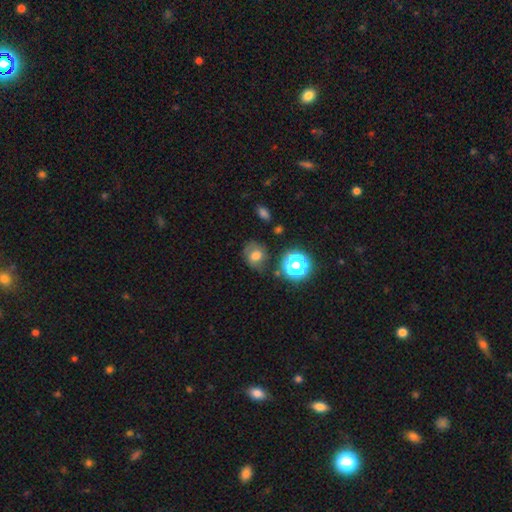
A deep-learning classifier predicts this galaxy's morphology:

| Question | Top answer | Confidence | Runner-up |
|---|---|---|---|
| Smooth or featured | smooth | 58% | featured or disk (25%) |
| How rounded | round | 60% | in between (39%) |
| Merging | none | 57% | minor disturbance (25%) |